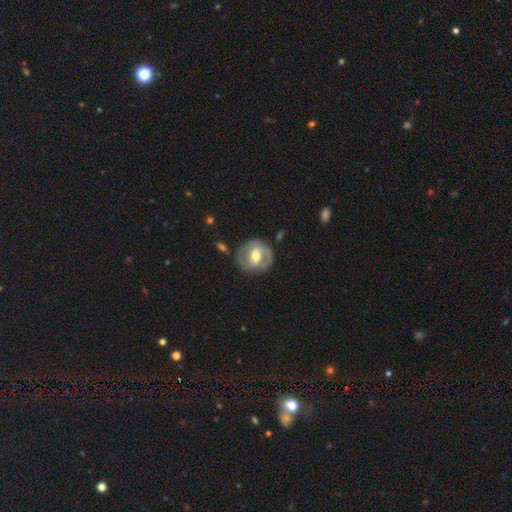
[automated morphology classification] type=featured or disk (63%); edge-on=no (96%); bar=weak (44%); spiral arms=yes (60%); bulge=moderate (73%); merging=none (77%).